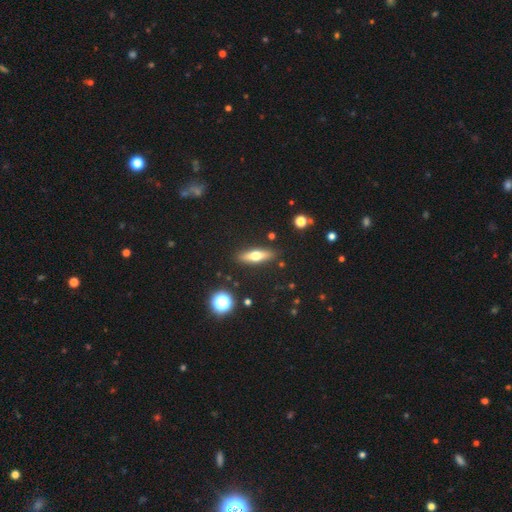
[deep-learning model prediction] Overall: smooth (51%; featured or disk 41%). How rounded: cigar-shaped (63%; in between 34%). Merging: none (87%).